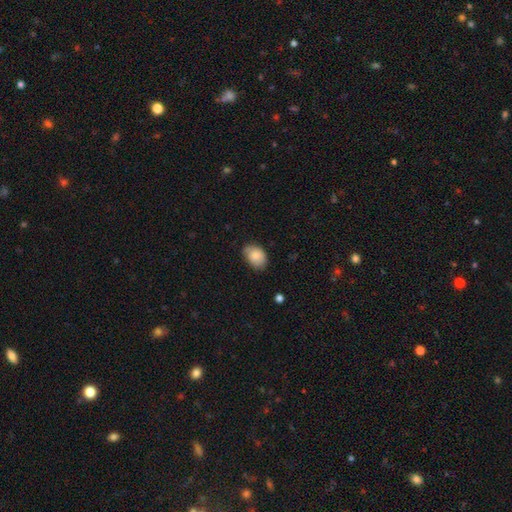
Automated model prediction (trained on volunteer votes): The model was most divided on "merging": none: 65%, minor disturbance: 29%, major disturbance: 5%, merger: 1%. More confident: smooth or featured — smooth (83%); how rounded — in between (78%).